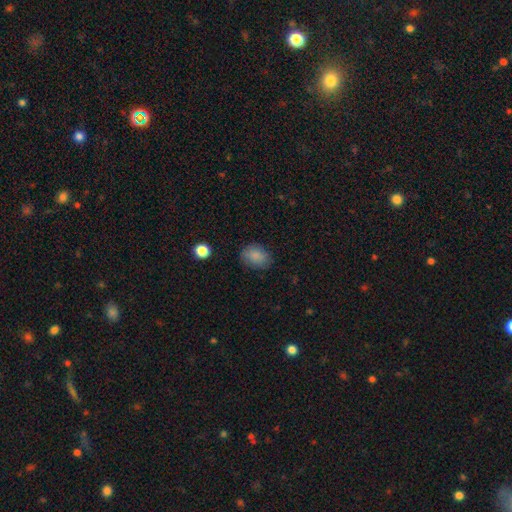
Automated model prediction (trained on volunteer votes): smooth-or-featured: smooth: 85% | star or artifact: 9% | featured or disk: 6%
  how-rounded: in between: 70% | round: 29% | cigar-shaped: 1%
  merging: none: 79% | minor disturbance: 16% | major disturbance: 4% | merger: 1%